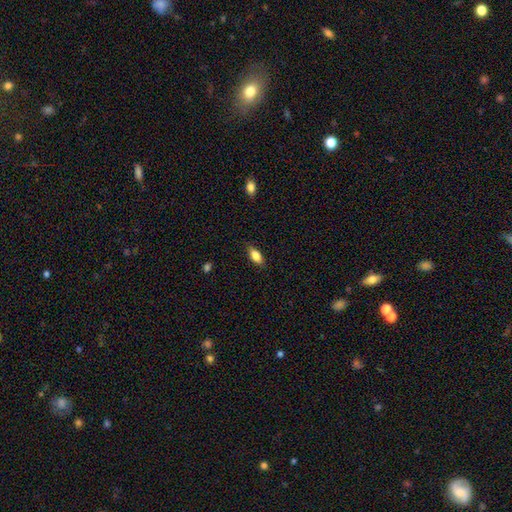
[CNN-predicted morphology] Smooth or featured? smooth (79%)
How rounded? in between (82%)
Merging? none (83%)